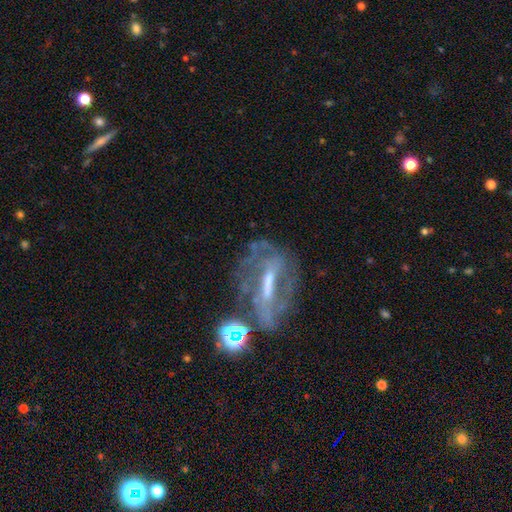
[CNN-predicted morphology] A featured or disk galaxy (72%) with a strong bar (50%), spiral arms (65%) and a moderate central bulge (36%). Merging: none (50%).